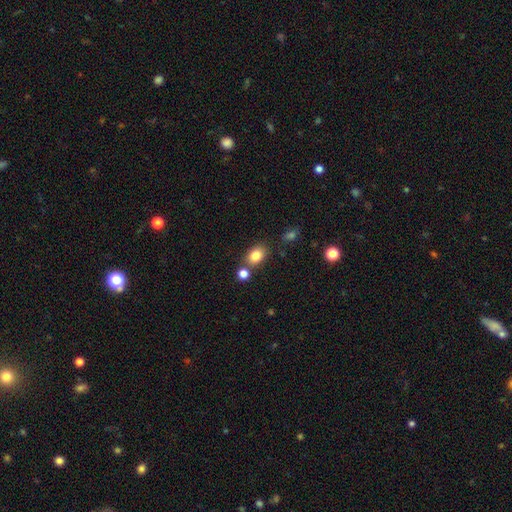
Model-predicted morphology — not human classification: The model was most divided on "how rounded": in between: 67%, round: 32%, cigar-shaped: 1%. More confident: smooth or featured — smooth (82%); merging — none (71%).